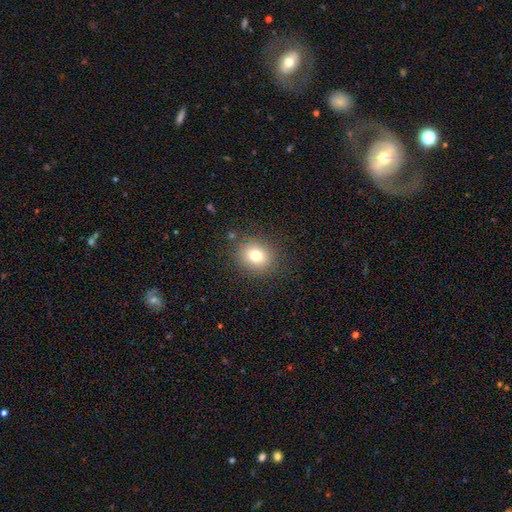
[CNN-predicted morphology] smooth 76%, star or artifact 13%, featured or disk 11%. Down the decision tree: how rounded — round (78%); merging — none (86%).